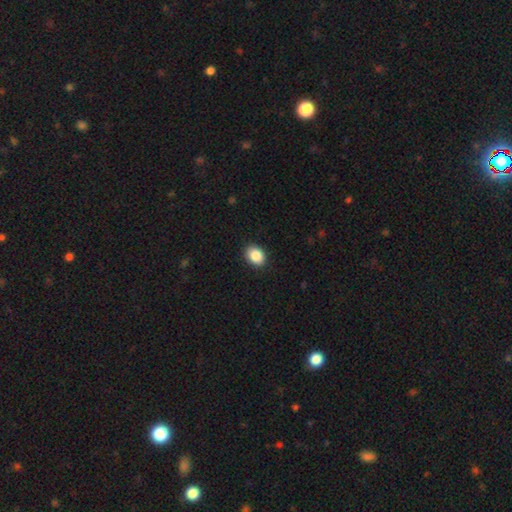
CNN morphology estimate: type=smooth (87%); roundness=in between (60%); merging=none (89%).